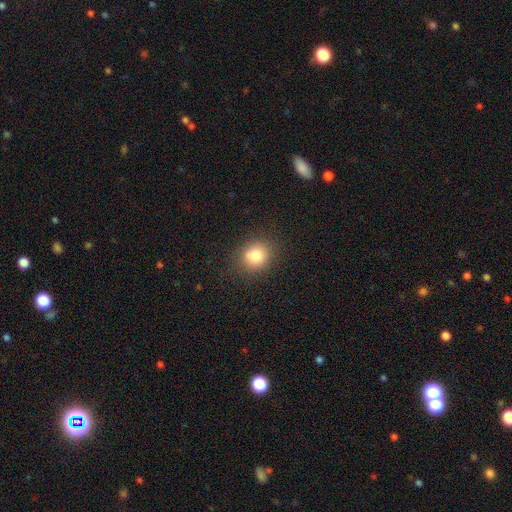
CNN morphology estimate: Smooth or featured?
  - smooth: 80% *
  - star or artifact: 12%
  - featured or disk: 8%
How rounded?
  - round: 79% *
  - in between: 21%
  - cigar-shaped: 1%
Merging?
  - none: 81% *
  - minor disturbance: 11%
  - merger: 4%
  - major disturbance: 3%